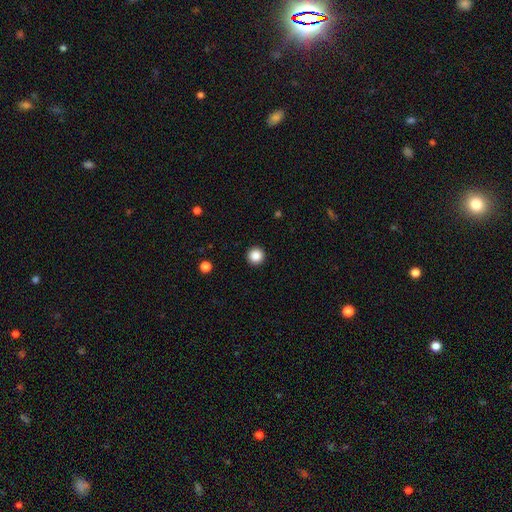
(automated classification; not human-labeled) Smooth or featured? Predicted: smooth (p=0.87). How rounded? Predicted: round (p=0.96). Merging? Predicted: none (p=0.93).